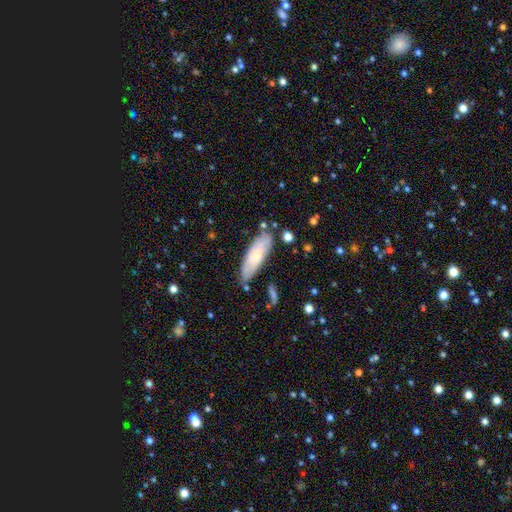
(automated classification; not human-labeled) This appears to be a smooth galaxy with no disk features (73%) that is in between round and cigar-shaped (51%). Merging: none (77%).